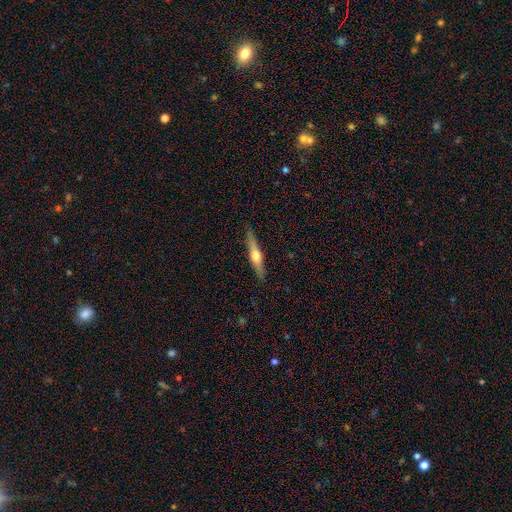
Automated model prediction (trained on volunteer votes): featured or disk 57%, smooth 38%, star or artifact 6%. Down the decision tree: edge-on disk — yes (95%); edge-on bulge — rounded (92%); merging — none (88%).